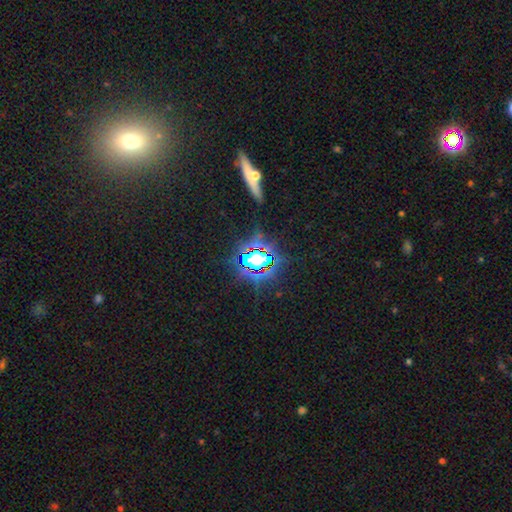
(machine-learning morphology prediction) Overall: star or artifact (73%).